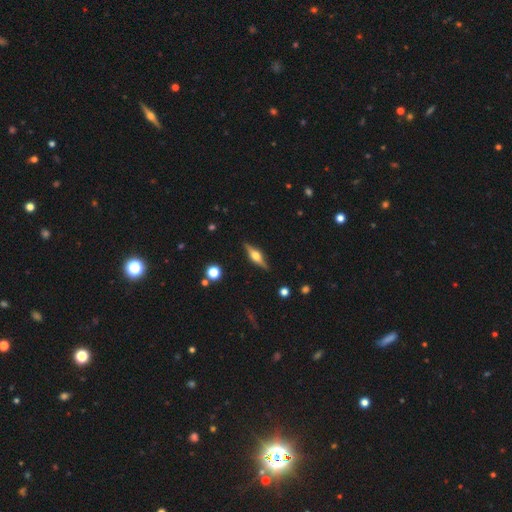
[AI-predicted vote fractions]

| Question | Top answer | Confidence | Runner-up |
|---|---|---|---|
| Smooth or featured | featured or disk | 73% | smooth (21%) |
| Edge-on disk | yes | 96% | no (4%) |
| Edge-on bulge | rounded | 93% | boxy (6%) |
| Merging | none | 88% | minor disturbance (8%) |